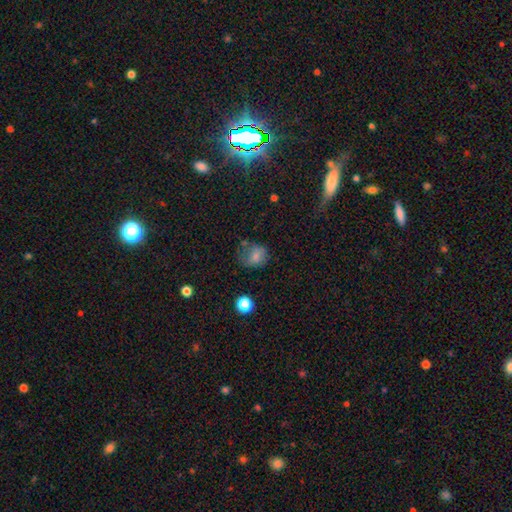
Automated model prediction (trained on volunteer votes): smooth-or-featured: smooth: 72% | featured or disk: 15% | star or artifact: 14%
  how-rounded: round: 57% | in between: 41% | cigar-shaped: 1%
  merging: none: 50% | minor disturbance: 27% | major disturbance: 18% | merger: 5%